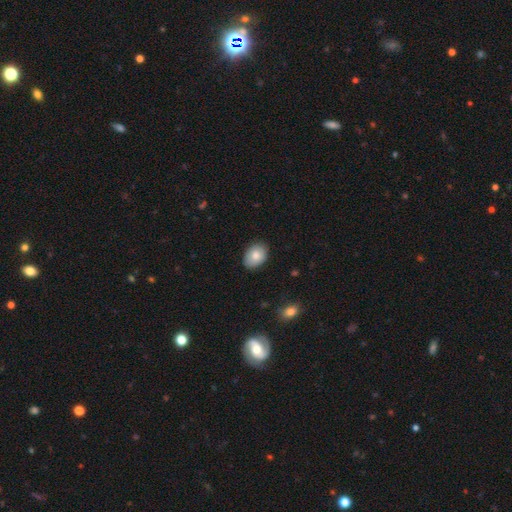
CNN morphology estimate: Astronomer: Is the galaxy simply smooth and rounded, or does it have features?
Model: smooth — 83%.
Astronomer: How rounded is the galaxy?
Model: in between — 80%.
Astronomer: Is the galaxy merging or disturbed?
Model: none — 87%.